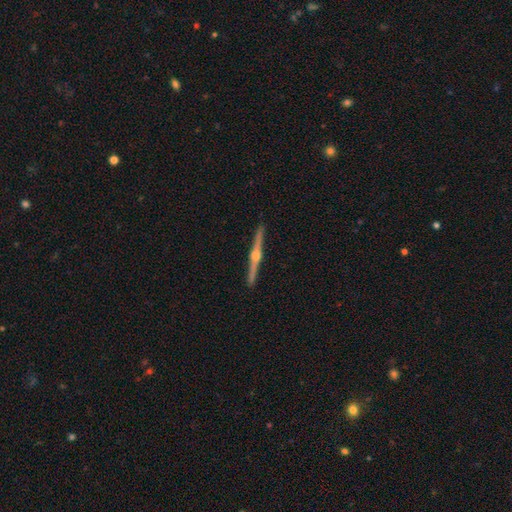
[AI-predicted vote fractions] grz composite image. It shows a featured or disk galaxy (82%) viewed edge-on (98%) with a rounded central bulge (90%). Merging: none (92%).